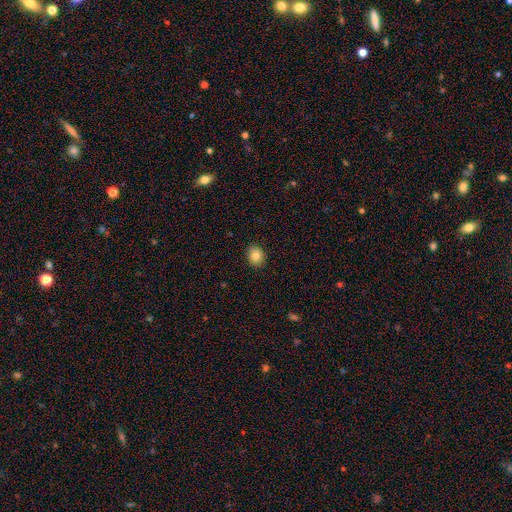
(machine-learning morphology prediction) The model was most divided on "how rounded": round: 63%, in between: 36%, cigar-shaped: 1%. More confident: merging — none (89%); smooth or featured — smooth (84%).